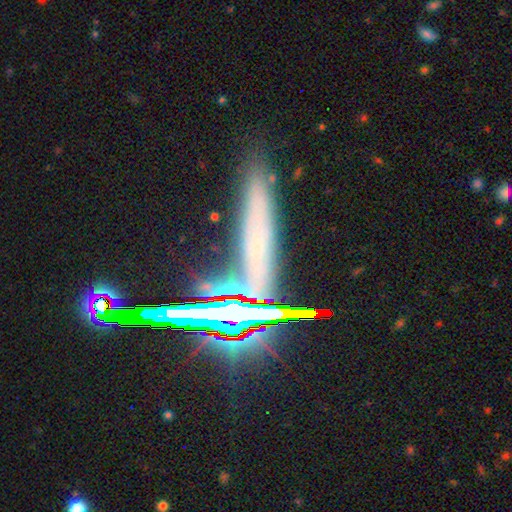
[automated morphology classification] Q: Smooth or featured?
A: star or artifact (49%); runner-up: featured or disk (29%)